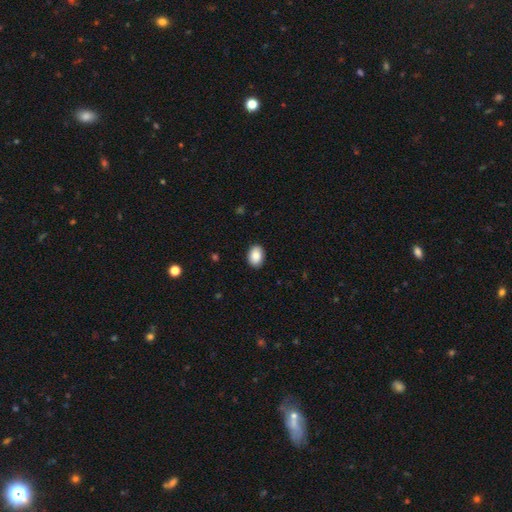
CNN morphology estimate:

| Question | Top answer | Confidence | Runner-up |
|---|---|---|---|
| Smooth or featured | smooth | 88% | star or artifact (7%) |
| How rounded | in between | 82% | round (17%) |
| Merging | none | 89% | minor disturbance (9%) |